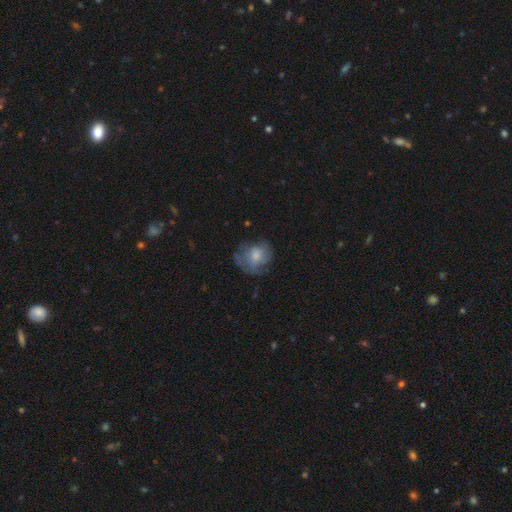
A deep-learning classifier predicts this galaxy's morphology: Q: Smooth or featured?
A: smooth (61%); runner-up: featured or disk (30%)
Q: How rounded?
A: round (64%); runner-up: in between (35%)
Q: Merging?
A: none (52%); runner-up: minor disturbance (26%)